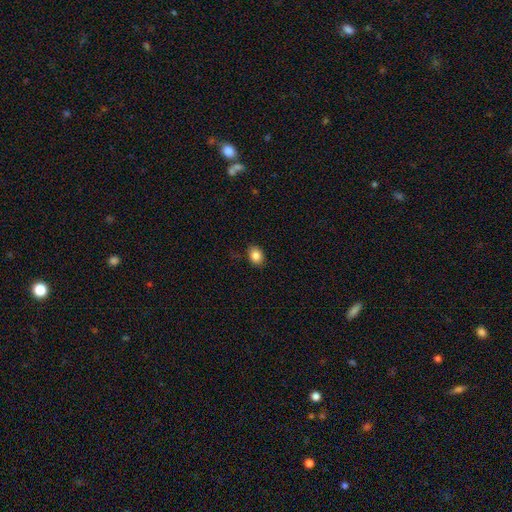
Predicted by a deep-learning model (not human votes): A smooth galaxy with no disk features (85%) that is in between round and cigar-shaped (68%).

Vote fractions:
- Smooth or featured? smooth: 85% / star or artifact: 9% / featured or disk: 6%
- How rounded? in between: 68% / round: 31% / cigar-shaped: 1%
- Merging? none: 86% / minor disturbance: 11% / major disturbance: 2% / merger: 1%